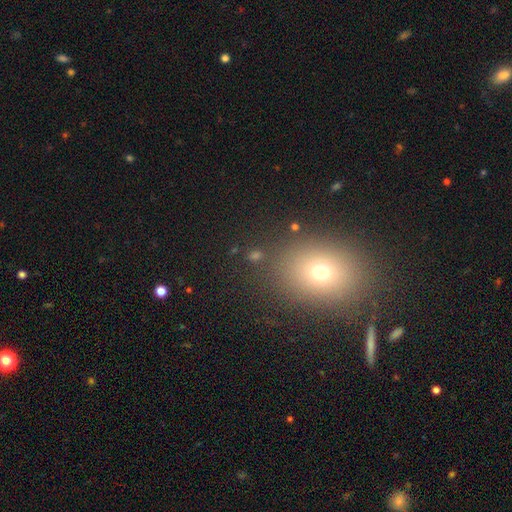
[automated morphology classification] smooth 58%, star or artifact 31%, featured or disk 11%. Down the decision tree: how rounded — round (63%); merging — none (78%).